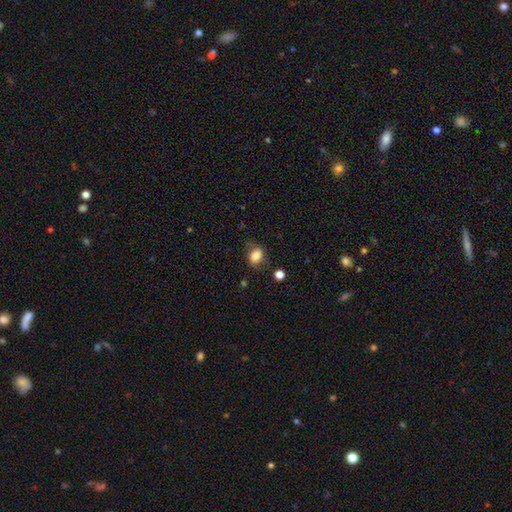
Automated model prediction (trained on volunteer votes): Q: Smooth or featured?
A: smooth (82%); runner-up: star or artifact (9%)
Q: How rounded?
A: in between (63%); runner-up: round (36%)
Q: Merging?
A: none (69%); runner-up: minor disturbance (21%)